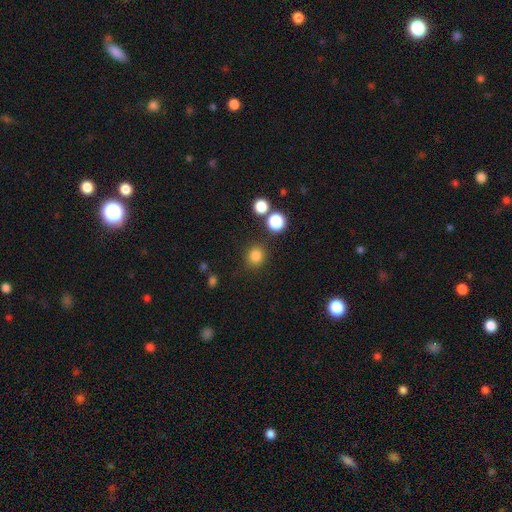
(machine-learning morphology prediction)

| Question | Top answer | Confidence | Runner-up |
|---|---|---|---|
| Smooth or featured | smooth | 82% | star or artifact (14%) |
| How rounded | round | 85% | in between (14%) |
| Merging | none | 86% | minor disturbance (8%) |